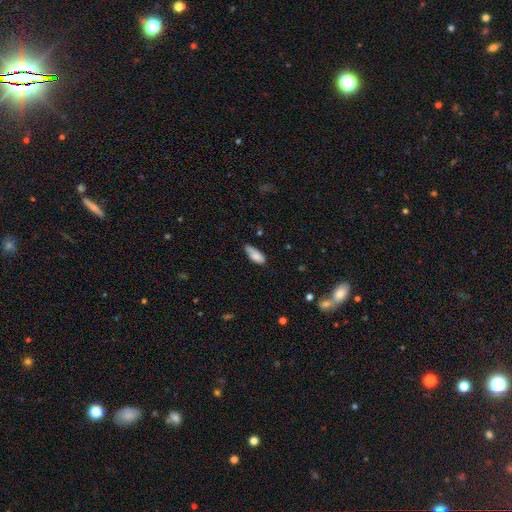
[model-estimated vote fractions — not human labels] smooth 80%, featured or disk 13%, star or artifact 7%. Down the decision tree: how rounded — in between (78%); merging — none (52%).